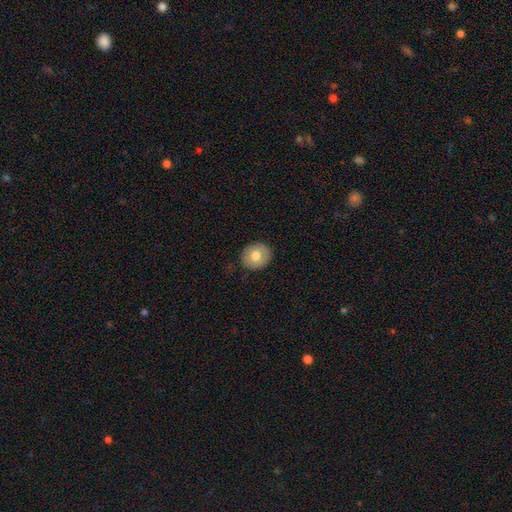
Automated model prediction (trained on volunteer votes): This is likely a smooth galaxy (73%). How rounded: likely round (74%). Merging: clearly none (88%).